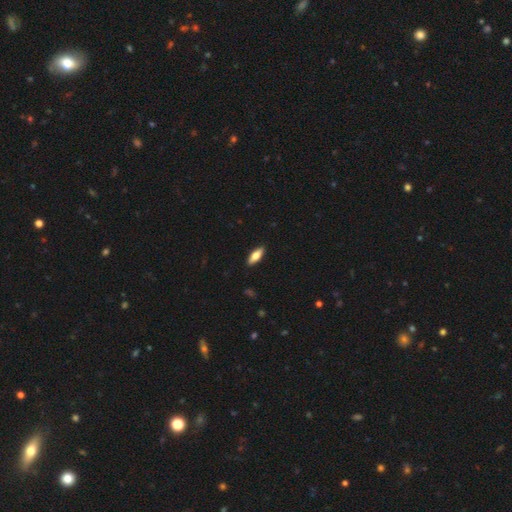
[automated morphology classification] Q: Smooth or featured?
A: smooth (73%); runner-up: featured or disk (21%)
Q: How rounded?
A: in between (72%); runner-up: cigar-shaped (26%)
Q: Merging?
A: none (90%); runner-up: minor disturbance (8%)